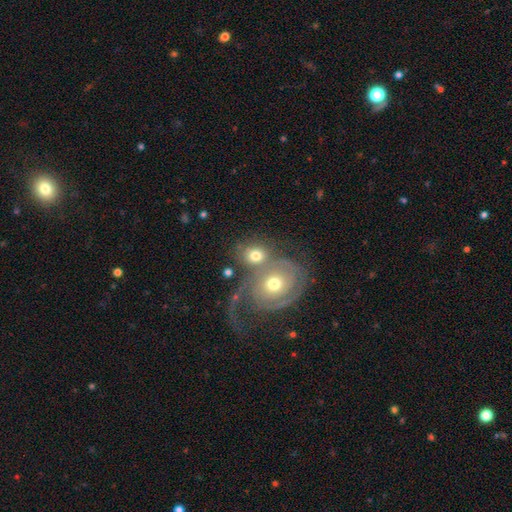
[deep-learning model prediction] smooth_or_featured: smooth (p=0.46) [alt: featured or disk p=0.45]
merging: merger (p=0.55) [alt: none p=0.27]